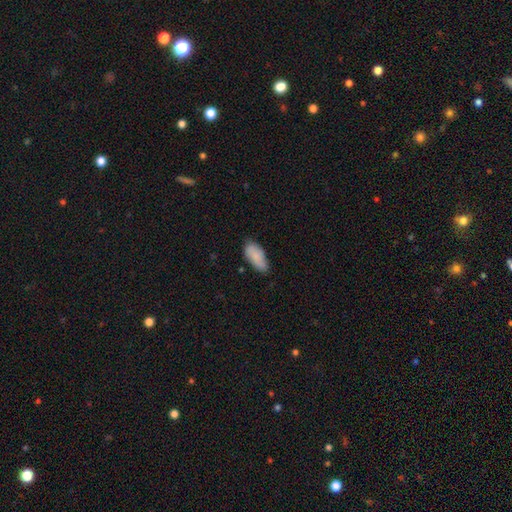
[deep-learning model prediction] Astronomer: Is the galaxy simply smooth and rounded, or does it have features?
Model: smooth — 85%.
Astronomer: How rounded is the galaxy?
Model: in between — 87%.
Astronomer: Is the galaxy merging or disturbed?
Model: none — 71%.